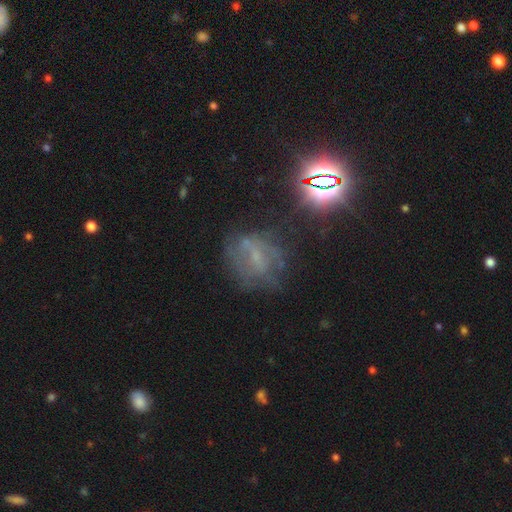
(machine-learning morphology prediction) A featured or disk galaxy (46%). Merging: none (60%).